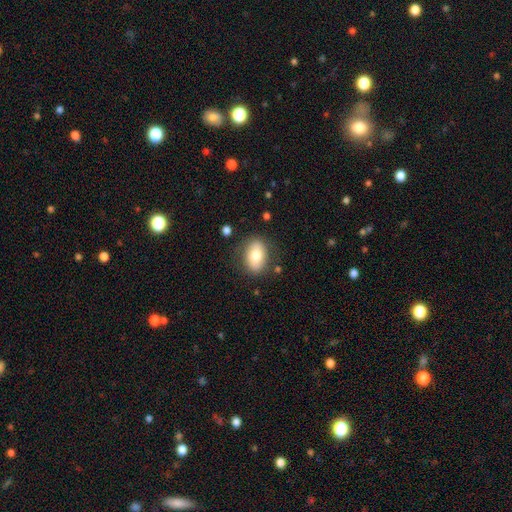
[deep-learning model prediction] smooth 72%, featured or disk 21%, star or artifact 7%. Down the decision tree: how rounded — in between (83%); merging — none (79%).